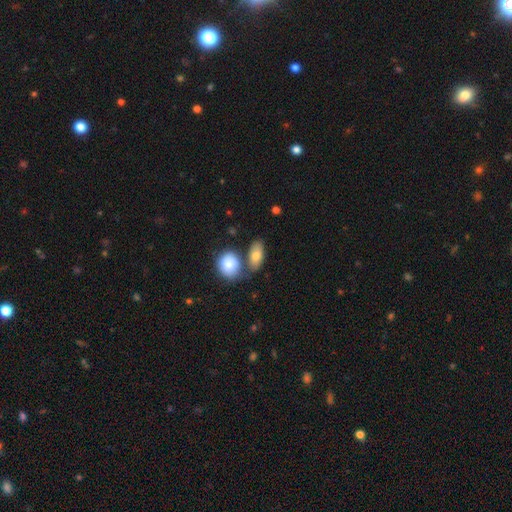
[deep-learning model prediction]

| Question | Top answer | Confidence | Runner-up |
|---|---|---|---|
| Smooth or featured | smooth | 80% | featured or disk (13%) |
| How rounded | in between | 85% | round (9%) |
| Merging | none | 53% | merger (29%) |